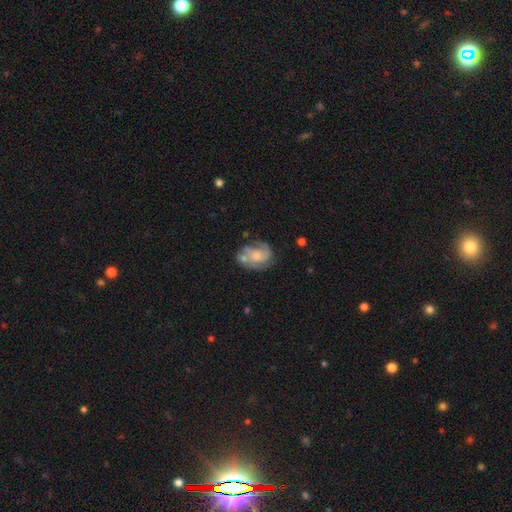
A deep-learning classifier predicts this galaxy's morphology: Smooth or featured? featured or disk (68%)
Edge-on disk? no (97%)
Bar? no (70%)
Spiral arms? yes (84%)
Spiral winding? medium (44%)
Spiral arm count? 2 (48%)
Bulge size? moderate (41%)
Merging? none (53%)